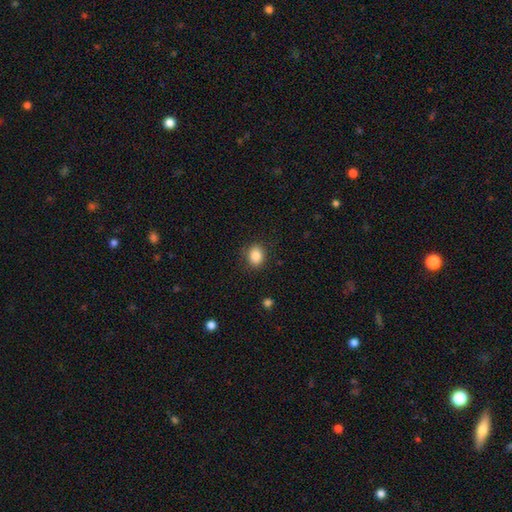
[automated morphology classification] This appears to be a smooth galaxy with no disk features (87%) that is round (51%). Merging: none (85%).